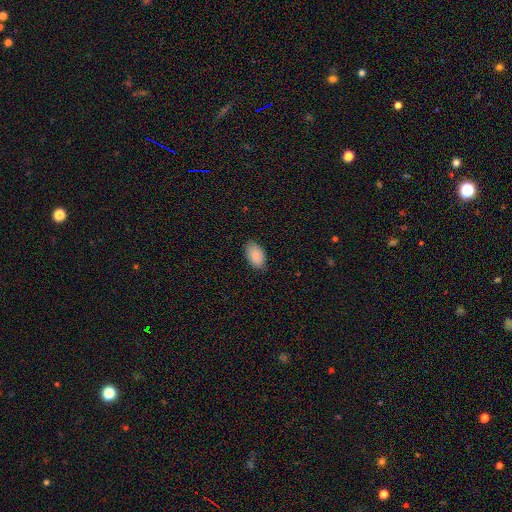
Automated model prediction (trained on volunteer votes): smooth 90%, star or artifact 6%, featured or disk 4%. Down the decision tree: how rounded — in between (94%); merging — none (85%).